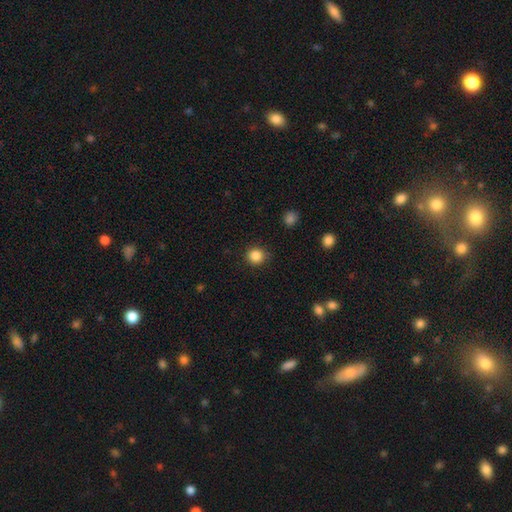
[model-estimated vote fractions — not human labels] Smooth or featured? Predicted: smooth (p=0.86). How rounded? Predicted: round (p=0.90). Merging? Predicted: none (p=0.88).